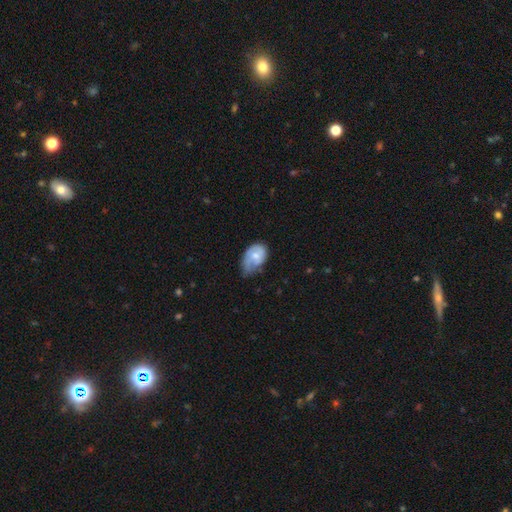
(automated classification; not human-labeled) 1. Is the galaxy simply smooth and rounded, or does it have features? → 48% featured or disk, 46% smooth, 6% star or artifact.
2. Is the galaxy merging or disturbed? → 43% minor disturbance, 31% none, 23% major disturbance, 2% merger.